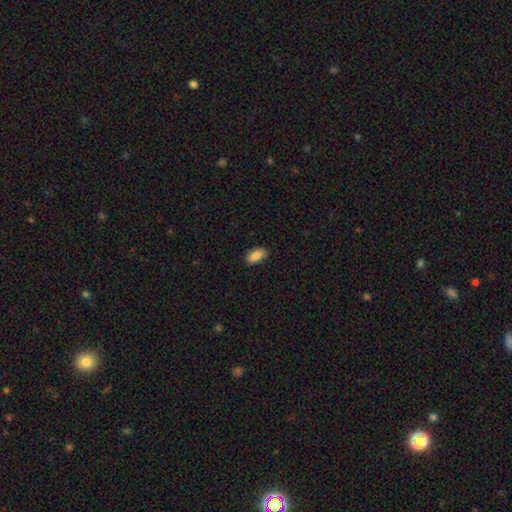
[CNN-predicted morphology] Overall: smooth (86%). How rounded: in between (92%). Merging: none (88%).